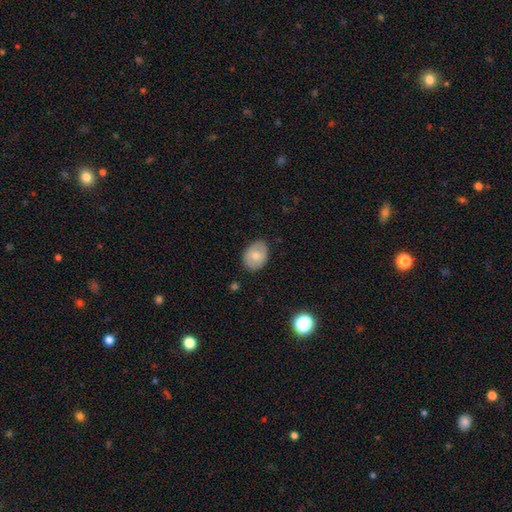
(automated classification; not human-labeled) Overall: smooth (67%). How rounded: in between (68%; round 31%). Merging: none (82%).